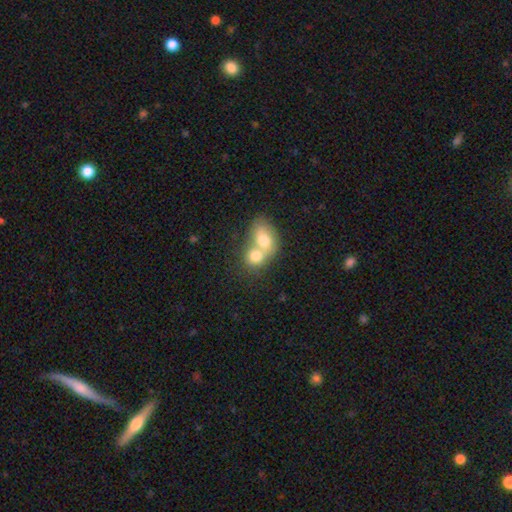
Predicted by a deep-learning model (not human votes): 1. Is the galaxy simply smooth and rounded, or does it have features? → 71% smooth, 21% featured or disk, 8% star or artifact.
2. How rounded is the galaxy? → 52% round, 47% in between, 1% cigar-shaped.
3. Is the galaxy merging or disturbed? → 74% merger, 18% none, 5% minor disturbance, 3% major disturbance.